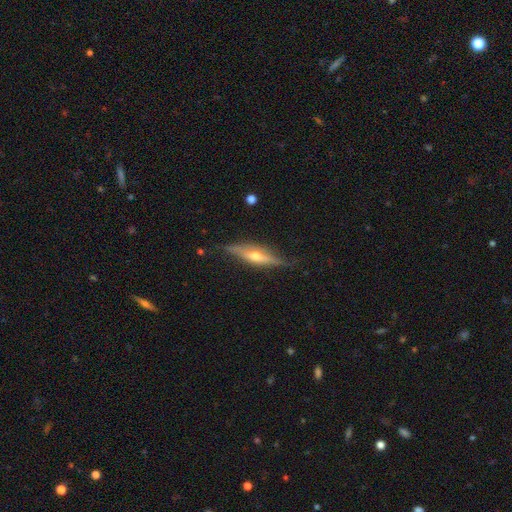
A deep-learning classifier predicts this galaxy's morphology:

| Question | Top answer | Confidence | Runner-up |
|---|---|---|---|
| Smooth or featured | featured or disk | 69% | smooth (24%) |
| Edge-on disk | yes | 92% | no (8%) |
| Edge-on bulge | rounded | 87% | boxy (7%) |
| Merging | none | 77% | minor disturbance (17%) |